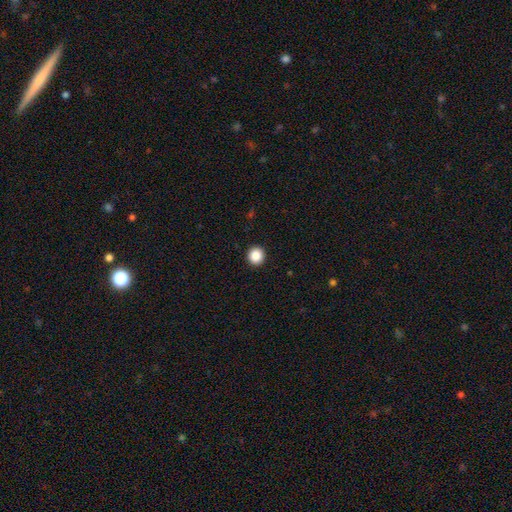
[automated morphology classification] smooth_or_featured: smooth (p=0.88) [alt: star or artifact p=0.09]
how_rounded: round (p=0.92) [alt: in between p=0.07]
merging: none (p=0.93) [alt: minor disturbance p=0.04]